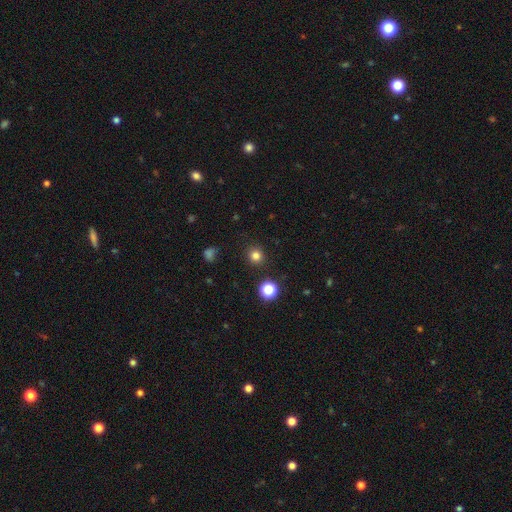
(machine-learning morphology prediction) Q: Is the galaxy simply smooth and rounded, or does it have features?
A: smooth — 80%.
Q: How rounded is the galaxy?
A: round — 91%.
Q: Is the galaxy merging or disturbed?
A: none — 89%.